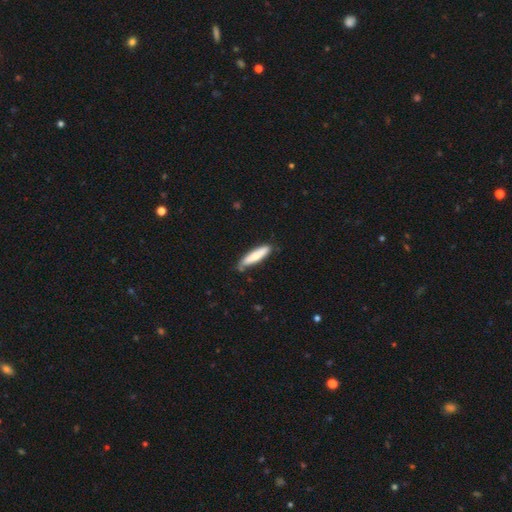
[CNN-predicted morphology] Smooth or featured: smooth — 71% (featured or disk — 24%)
How rounded: cigar-shaped — 79% (in between — 20%)
Merging: none — 78% (minor disturbance — 18%)